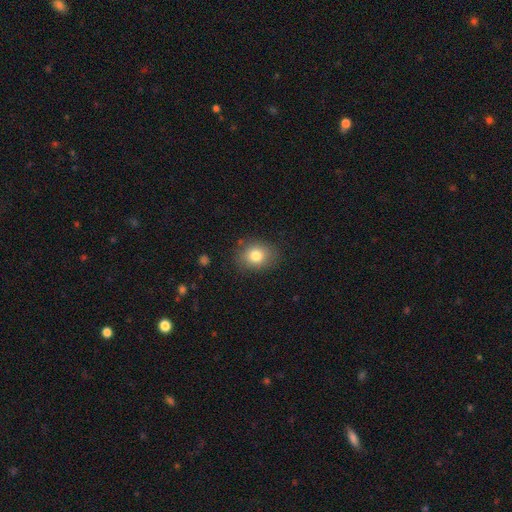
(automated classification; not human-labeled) This is likely a smooth galaxy (80%). How rounded: possibly round (56%). Merging: clearly none (82%).